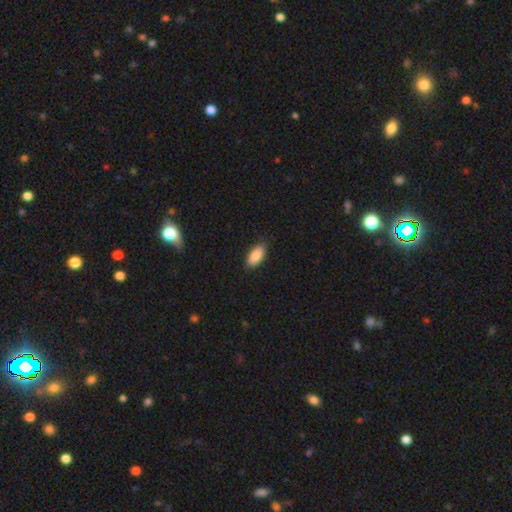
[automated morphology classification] Q: Smooth or featured?
A: smooth (88%); runner-up: star or artifact (6%)
Q: How rounded?
A: in between (91%); runner-up: cigar-shaped (7%)
Q: Merging?
A: none (85%); runner-up: minor disturbance (12%)